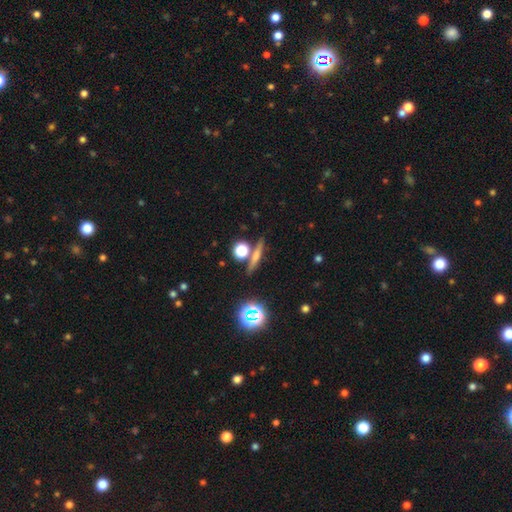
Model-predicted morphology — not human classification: This is possibly a smooth galaxy (46%). Merging: likely none (79%).